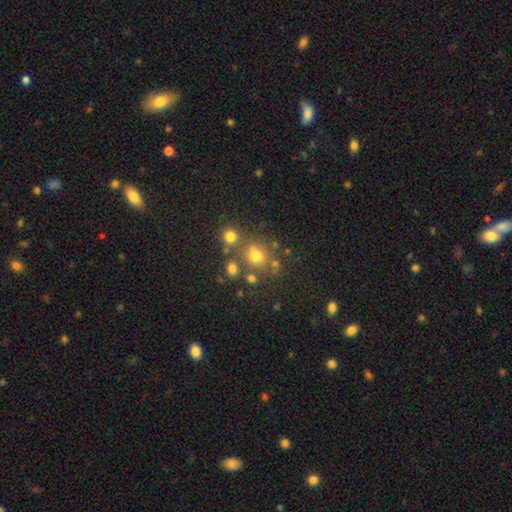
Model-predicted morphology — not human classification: Smooth or featured: smooth — 66% (star or artifact — 22%)
How rounded: round — 82% (in between — 17%)
Merging: none — 63% (merger — 20%)